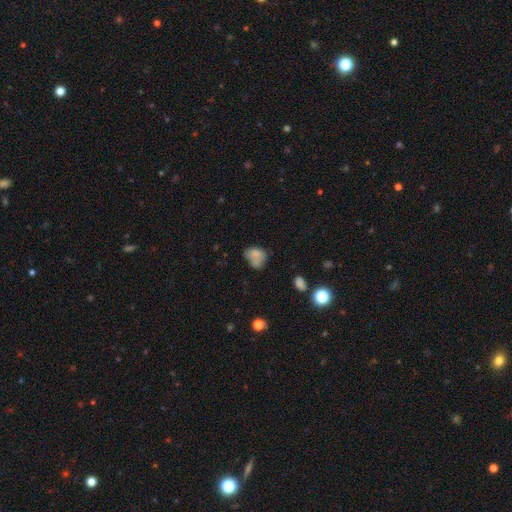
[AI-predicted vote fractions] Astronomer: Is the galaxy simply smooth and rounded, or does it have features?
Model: smooth — 69%.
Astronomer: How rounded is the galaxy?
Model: in between — 63%.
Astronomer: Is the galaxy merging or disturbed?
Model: none — 35% (runner-up: merger, 26%).